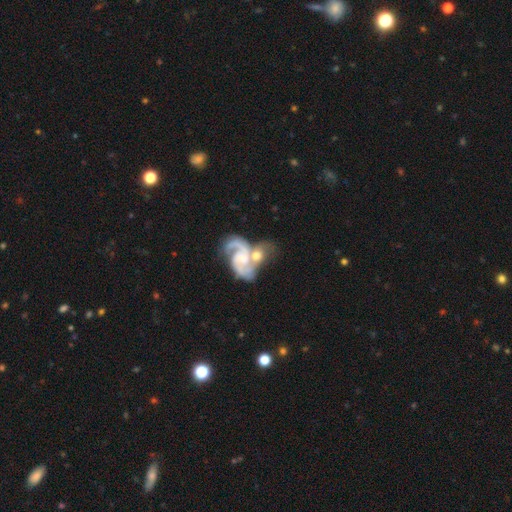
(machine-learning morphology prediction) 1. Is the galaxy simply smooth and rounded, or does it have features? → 83% featured or disk, 12% smooth, 5% star or artifact.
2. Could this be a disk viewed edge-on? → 97% no, 3% yes.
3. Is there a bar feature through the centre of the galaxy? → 51% no, 40% weak, 10% strong.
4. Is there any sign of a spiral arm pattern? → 95% yes, 5% no.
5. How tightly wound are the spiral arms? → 54% medium, 25% loose, 21% tight.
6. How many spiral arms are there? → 85% 2, 5% can't tell, 4% 1, 4% 3, 1% 4, 1% more than 4.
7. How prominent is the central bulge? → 38% small, 37% moderate, 15% none, 8% large, 2% dominant.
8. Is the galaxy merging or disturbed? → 59% merger, 23% none, 10% minor disturbance, 9% major disturbance.